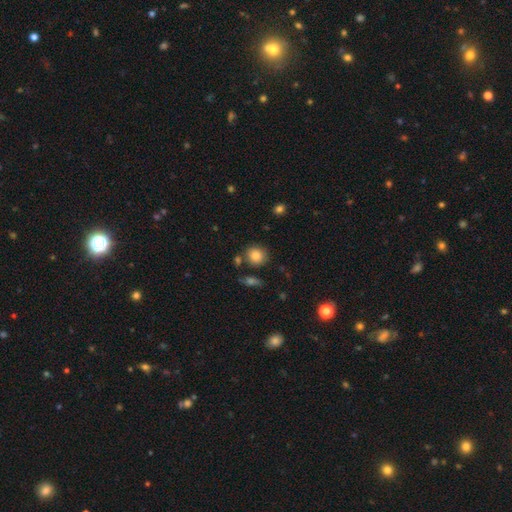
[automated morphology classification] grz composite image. It shows a smooth galaxy with no disk features (84%) that is round (85%). Merging: none (77%).